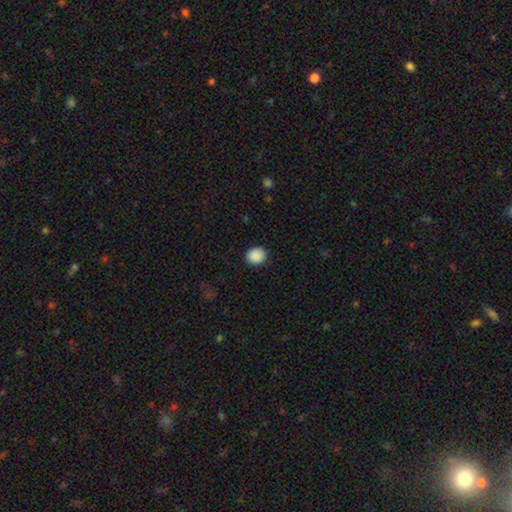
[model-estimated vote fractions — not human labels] smooth_or_featured: smooth (p=0.90) [alt: star or artifact p=0.08]
how_rounded: round (p=0.79) [alt: in between p=0.20]
merging: none (p=0.90) [alt: minor disturbance p=0.07]